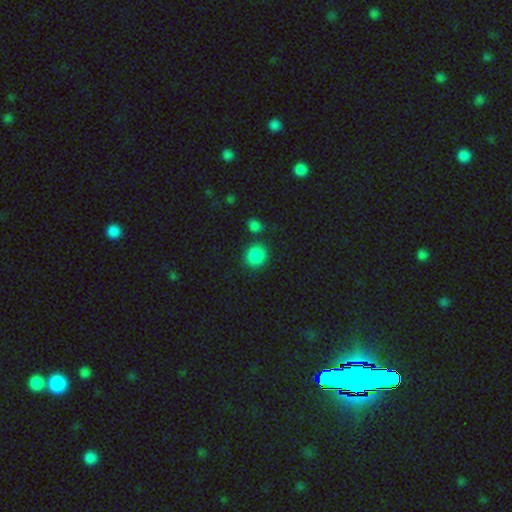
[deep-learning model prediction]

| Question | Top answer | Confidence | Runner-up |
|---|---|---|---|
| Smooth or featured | smooth | 87% | star or artifact (10%) |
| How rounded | round | 81% | in between (18%) |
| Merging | none | 81% | minor disturbance (9%) |